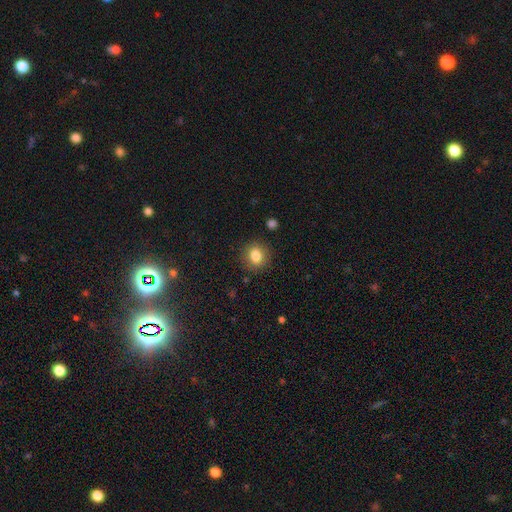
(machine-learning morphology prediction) Q: Smooth or featured?
A: smooth (83%); runner-up: star or artifact (10%)
Q: How rounded?
A: round (72%); runner-up: in between (27%)
Q: Merging?
A: none (87%); runner-up: minor disturbance (9%)